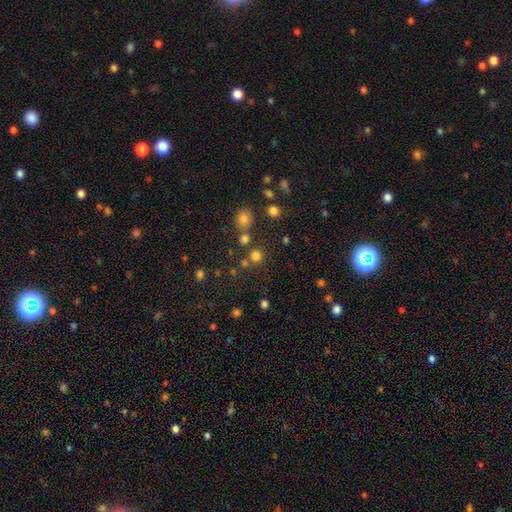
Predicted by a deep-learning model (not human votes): A smooth galaxy with no disk features (75%) that is round (92%).

Vote fractions:
- Smooth or featured? smooth: 75% / star or artifact: 19% / featured or disk: 6%
- How rounded? round: 92% / in between: 7% / cigar-shaped: 1%
- Merging? none: 76% / merger: 14% / minor disturbance: 7% / major disturbance: 3%